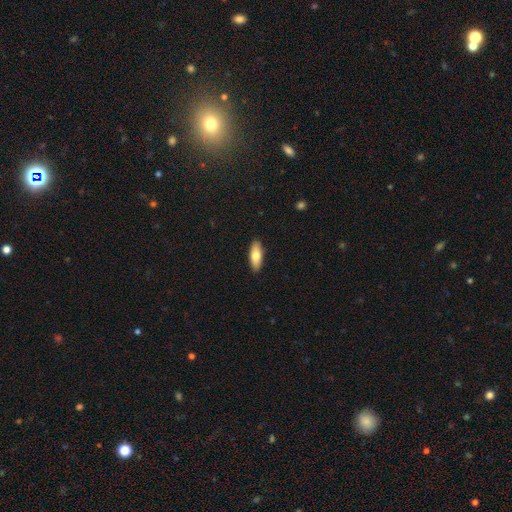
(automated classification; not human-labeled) A smooth galaxy with no disk features (73%) that is in between round and cigar-shaped (69%).

Vote fractions:
- Smooth or featured? smooth: 73% / featured or disk: 21% / star or artifact: 6%
- How rounded? in between: 69% / cigar-shaped: 29% / round: 2%
- Merging? none: 90% / minor disturbance: 8% / major disturbance: 2% / merger: 1%